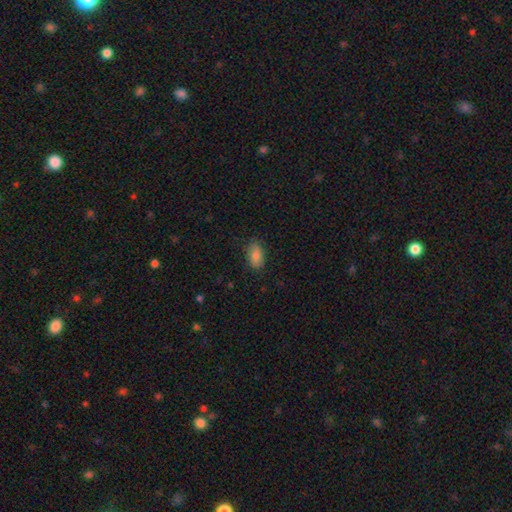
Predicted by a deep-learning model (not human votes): A smooth galaxy with no disk features (79%) that is in between round and cigar-shaped (90%).

Vote fractions:
- Smooth or featured? smooth: 79% / featured or disk: 13% / star or artifact: 8%
- How rounded? in between: 90% / round: 8% / cigar-shaped: 2%
- Merging? none: 81% / minor disturbance: 15% / major disturbance: 3% / merger: 1%